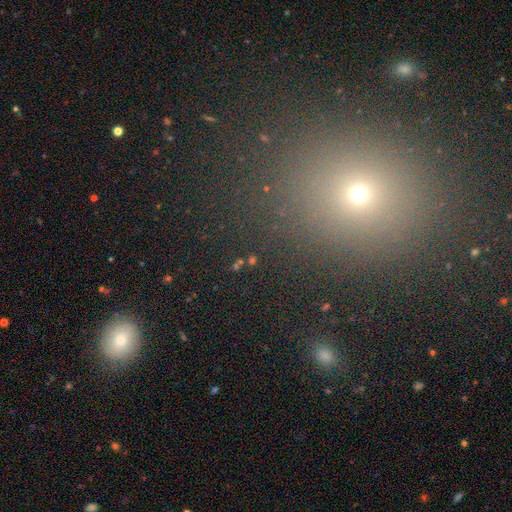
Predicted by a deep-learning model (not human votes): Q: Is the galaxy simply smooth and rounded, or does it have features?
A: smooth — 56%.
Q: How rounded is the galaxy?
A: round — 61%.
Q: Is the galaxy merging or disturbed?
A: none — 86%.